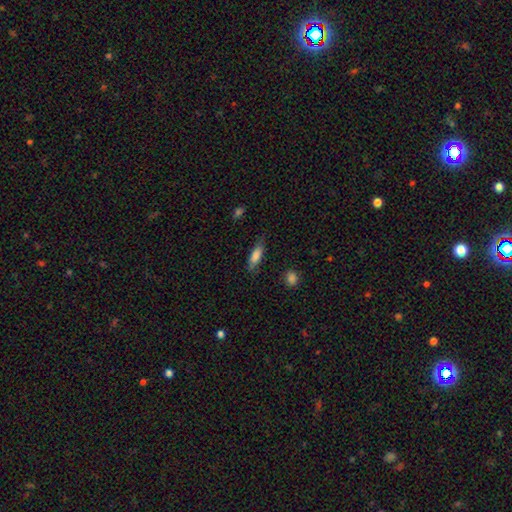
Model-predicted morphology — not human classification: Smooth or featured: smooth — 78% (featured or disk — 14%)
How rounded: in between — 52% (cigar-shaped — 46%)
Merging: none — 74% (minor disturbance — 19%)